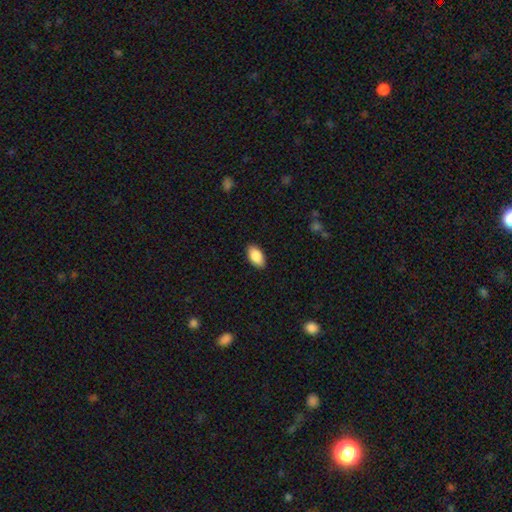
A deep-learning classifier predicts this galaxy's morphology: Smooth or featured?
  - smooth: 89% *
  - star or artifact: 6%
  - featured or disk: 5%
How rounded?
  - in between: 94% *
  - round: 3%
  - cigar-shaped: 3%
Merging?
  - none: 88% *
  - minor disturbance: 9%
  - major disturbance: 2%
  - merger: 1%